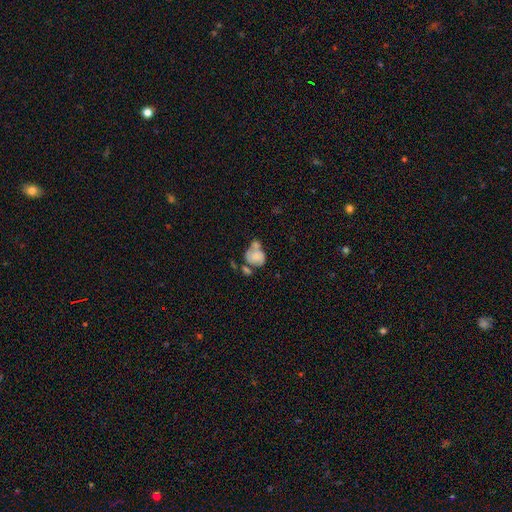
Volunteers were most divided on "merging": merger: 42%, minor disturbance: 22%, none: 19%, major disturbance: 17%. More confident: how rounded — round (76%); smooth or featured — smooth (66%).